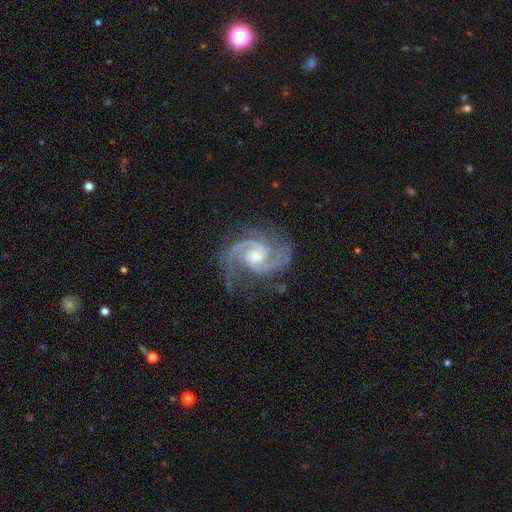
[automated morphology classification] Smooth or featured?
  - featured or disk: 93% *
  - star or artifact: 4%
  - smooth: 2%
Edge-on disk?
  - no: 98% *
  - yes: 2%
Bar?
  - no: 59% *
  - weak: 33%
  - strong: 7%
Spiral arms?
  - yes: 99% *
  - no: 1%
Spiral winding?
  - medium: 52% *
  - tight: 41%
  - loose: 7%
Spiral arm count?
  - 2: 79% *
  - 3: 11%
  - can't tell: 3%
  - 4: 2%
  - 1: 2%
  - more than 4: 2%
Bulge size?
  - small: 50% *
  - moderate: 45%
  - large: 2%
  - none: 2%
  - dominant: 1%
Merging?
  - none: 74% *
  - minor disturbance: 17%
  - major disturbance: 7%
  - merger: 1%